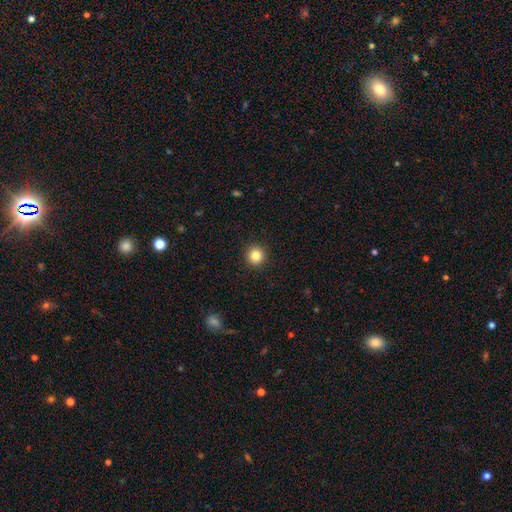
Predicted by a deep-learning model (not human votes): The model was most divided on "smooth or featured": smooth: 84%, star or artifact: 11%, featured or disk: 5%. More confident: how rounded — round (95%); merging — none (93%).